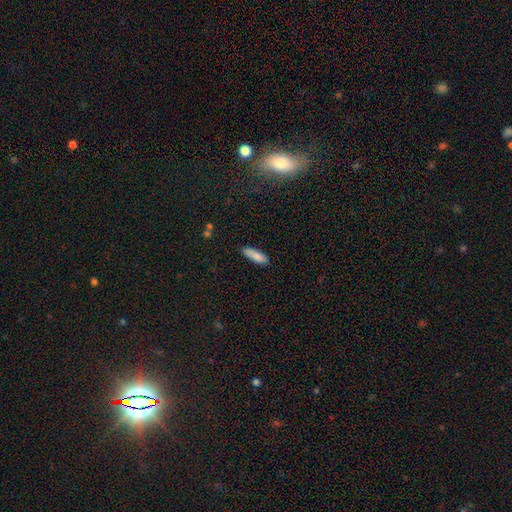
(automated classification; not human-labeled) The model was most divided on "how rounded": cigar-shaped: 53%, in between: 45%, round: 2%. More confident: smooth or featured — smooth (85%); merging — none (83%).